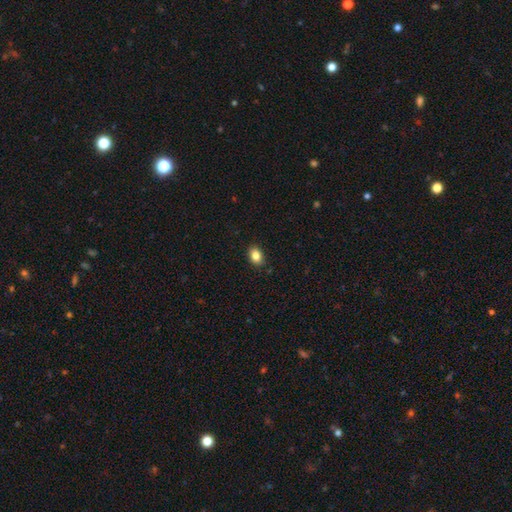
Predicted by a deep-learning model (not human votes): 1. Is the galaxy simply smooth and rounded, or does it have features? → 85% smooth, 9% star or artifact, 6% featured or disk.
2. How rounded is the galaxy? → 76% in between, 23% round, 1% cigar-shaped.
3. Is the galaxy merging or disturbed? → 89% none, 8% minor disturbance, 2% major disturbance, 1% merger.